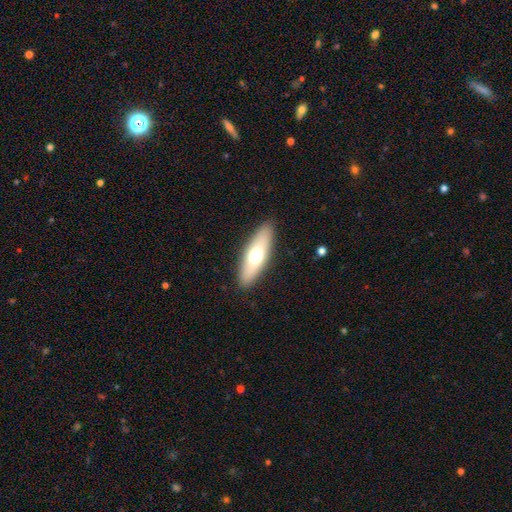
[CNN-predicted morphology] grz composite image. It shows a smooth galaxy with no disk features (61%) that is in between round and cigar-shaped (56%). Merging: none (88%).